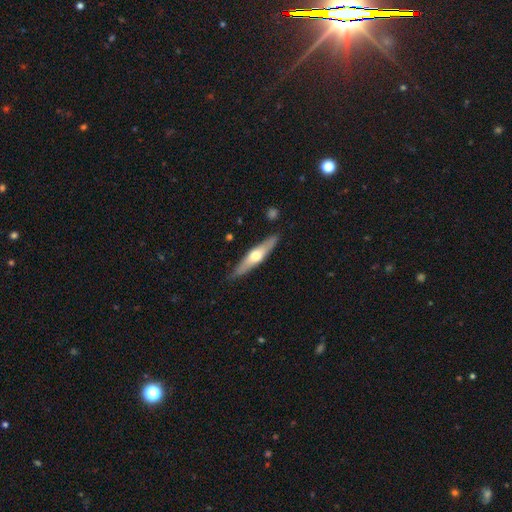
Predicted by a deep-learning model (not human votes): Q: Smooth or featured?
A: featured or disk (51%); runner-up: smooth (44%)
Q: Edge-on disk?
A: yes (89%); runner-up: no (11%)
Q: Merging?
A: none (85%); runner-up: minor disturbance (11%)